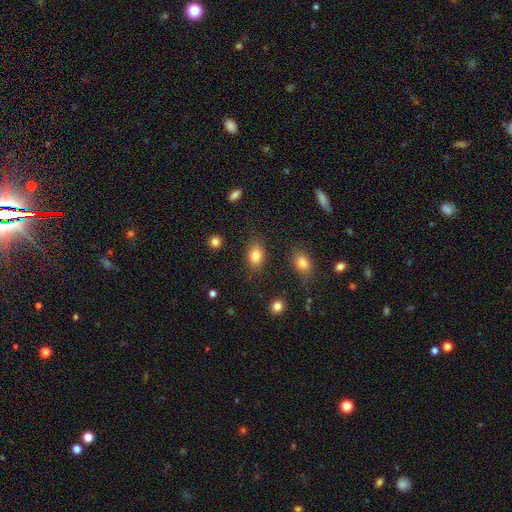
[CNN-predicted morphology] type=smooth (82%); roundness=in between (82%); merging=none (83%).